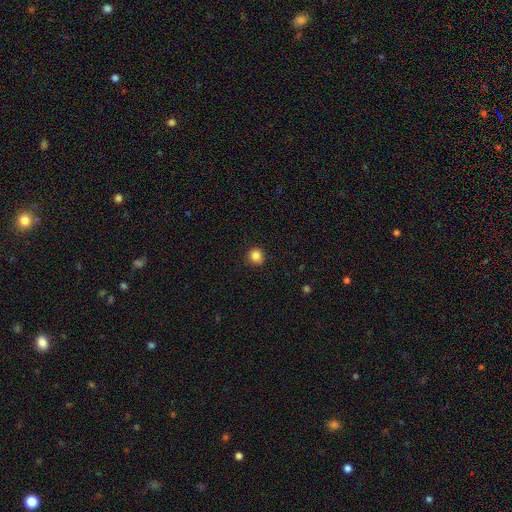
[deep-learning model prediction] A smooth galaxy with no disk features (86%) that is round (92%).

Vote fractions:
- Smooth or featured? smooth: 86% / star or artifact: 11% / featured or disk: 4%
- How rounded? round: 92% / in between: 7% / cigar-shaped: 1%
- Merging? none: 90% / minor disturbance: 7% / major disturbance: 2% / merger: 1%